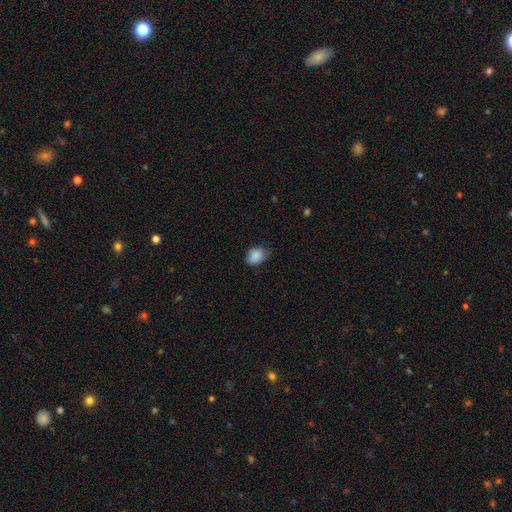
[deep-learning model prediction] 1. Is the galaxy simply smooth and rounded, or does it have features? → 87% smooth, 8% star or artifact, 5% featured or disk.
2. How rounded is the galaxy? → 66% in between, 33% round, 1% cigar-shaped.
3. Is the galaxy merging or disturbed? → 66% none, 28% minor disturbance, 5% major disturbance, 1% merger.